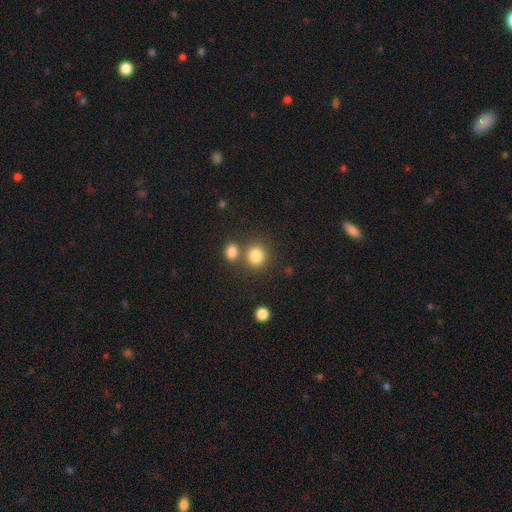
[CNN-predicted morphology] smooth_or_featured: smooth (p=0.83) [alt: star or artifact p=0.11]
how_rounded: round (p=0.84) [alt: in between p=0.15]
merging: none (p=0.67) [alt: merger p=0.21]